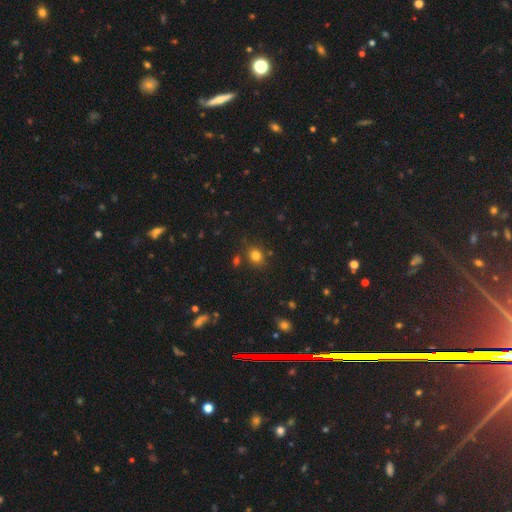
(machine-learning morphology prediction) Smooth or featured? Predicted: smooth (p=0.80). How rounded? Predicted: round (p=0.65). Merging? Predicted: none (p=0.81).